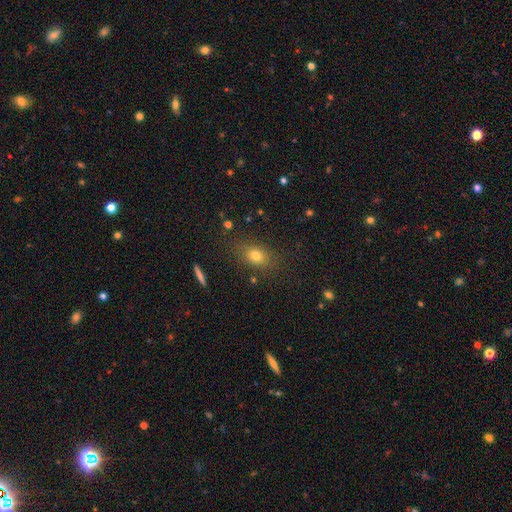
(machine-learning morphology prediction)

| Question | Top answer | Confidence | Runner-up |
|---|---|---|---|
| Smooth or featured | smooth | 73% | star or artifact (16%) |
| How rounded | in between | 65% | round (31%) |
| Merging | none | 83% | minor disturbance (11%) |